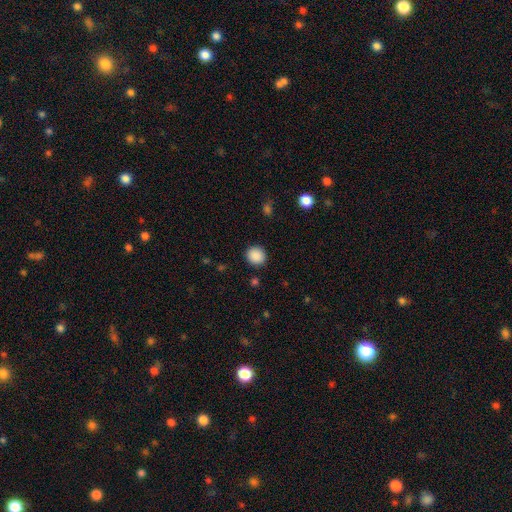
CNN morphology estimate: This is clearly a smooth galaxy (88%). How rounded: clearly round (88%). Merging: clearly none (90%).